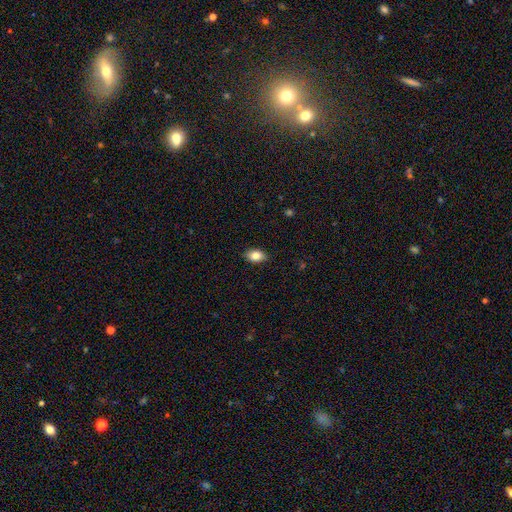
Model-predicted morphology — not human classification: A smooth galaxy with no disk features (83%) that is in between round and cigar-shaped (87%).

Vote fractions:
- Smooth or featured? smooth: 83% / featured or disk: 9% / star or artifact: 8%
- How rounded? in between: 87% / round: 10% / cigar-shaped: 2%
- Merging? none: 87% / minor disturbance: 10% / major disturbance: 2% / merger: 1%